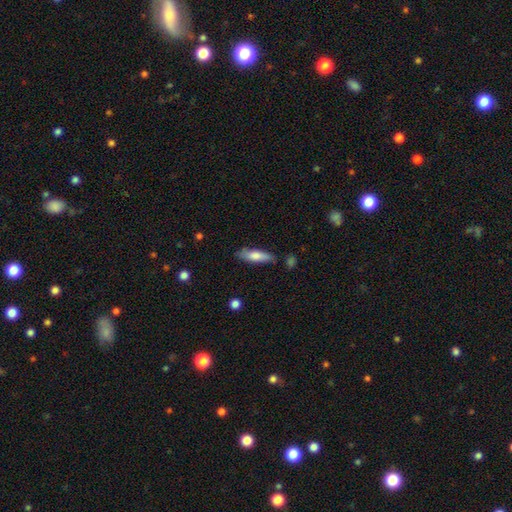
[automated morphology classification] Q: Smooth or featured?
A: smooth (73%); runner-up: featured or disk (21%)
Q: How rounded?
A: cigar-shaped (63%); runner-up: in between (35%)
Q: Merging?
A: none (79%); runner-up: minor disturbance (15%)